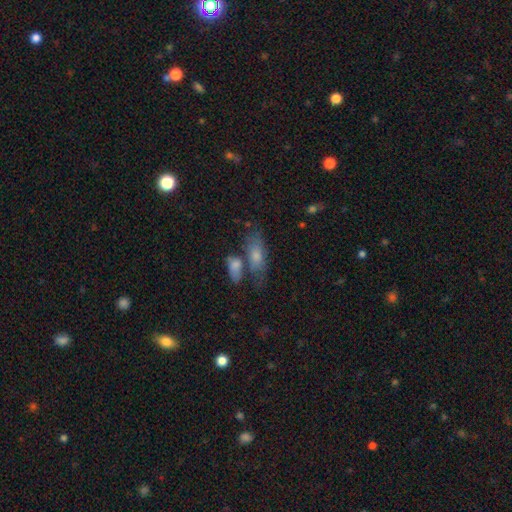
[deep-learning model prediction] Overall: smooth (59%; featured or disk 29%). How rounded: in between (65%; cigar-shaped 29%). Merging: none (52%; merger 26%).